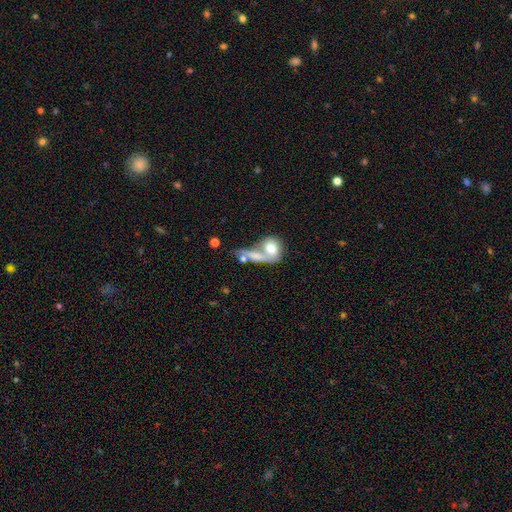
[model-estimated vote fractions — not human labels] This is likely a smooth galaxy (66%). How rounded: possibly in between (55%). Merging: likely merger (61%).